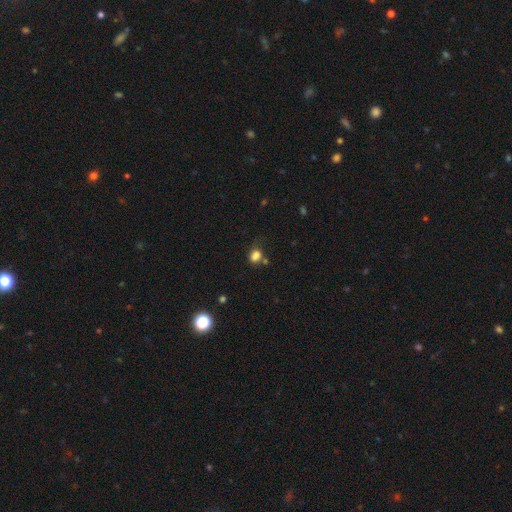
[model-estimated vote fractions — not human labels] Q: Smooth or featured?
A: smooth (81%); runner-up: star or artifact (13%)
Q: How rounded?
A: in between (61%); runner-up: round (38%)
Q: Merging?
A: none (49%); runner-up: minor disturbance (24%)